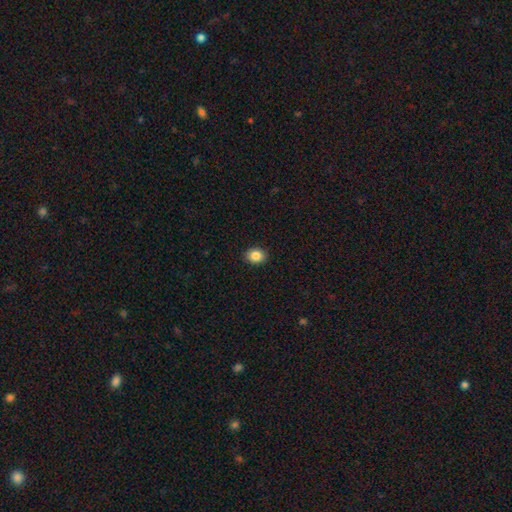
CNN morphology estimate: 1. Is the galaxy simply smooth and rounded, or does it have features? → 86% smooth, 9% star or artifact, 5% featured or disk.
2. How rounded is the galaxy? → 53% round, 47% in between, 1% cigar-shaped.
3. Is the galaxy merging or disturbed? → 91% none, 6% minor disturbance, 2% major disturbance, 1% merger.